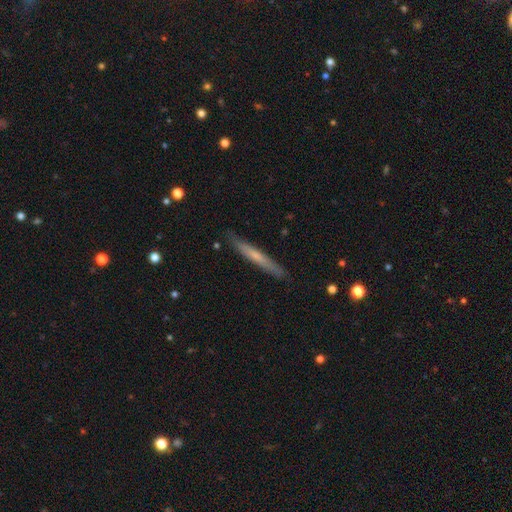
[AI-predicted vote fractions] Smooth or featured: smooth — 52% (featured or disk — 43%)
How rounded: cigar-shaped — 96% (in between — 3%)
Merging: none — 88% (minor disturbance — 9%)